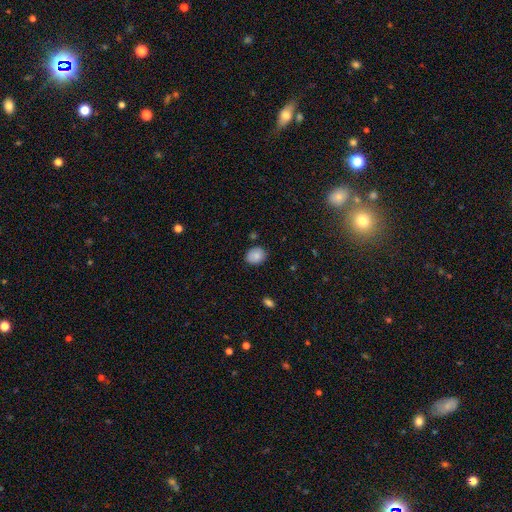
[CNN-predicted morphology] Q: Smooth or featured?
A: smooth (84%); runner-up: star or artifact (9%)
Q: How rounded?
A: round (53%); runner-up: in between (46%)
Q: Merging?
A: none (82%); runner-up: minor disturbance (13%)